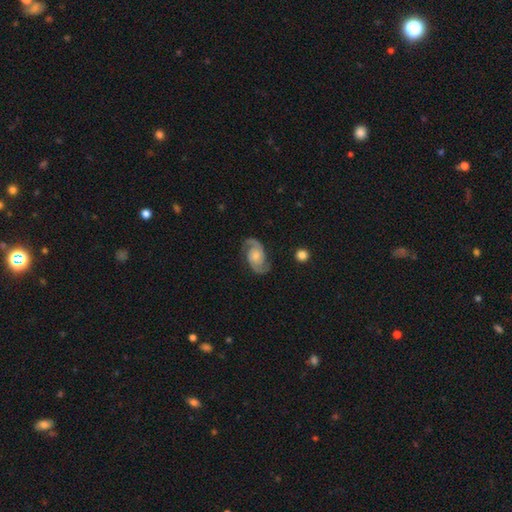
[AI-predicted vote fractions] Smooth or featured? featured or disk (87%)
Edge-on disk? no (98%)
Bar? no (69%)
Spiral arms? yes (97%)
Spiral winding? medium (54%)
Spiral arm count? 2 (93%)
Bulge size? moderate (49%)
Merging? none (81%)